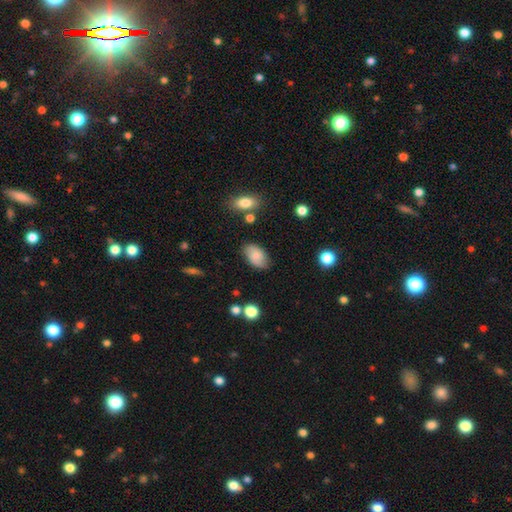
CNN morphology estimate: smooth-or-featured: smooth: 75% | featured or disk: 16% | star or artifact: 8%
  how-rounded: in between: 92% | round: 6% | cigar-shaped: 2%
  merging: none: 77% | minor disturbance: 17% | major disturbance: 4% | merger: 3%